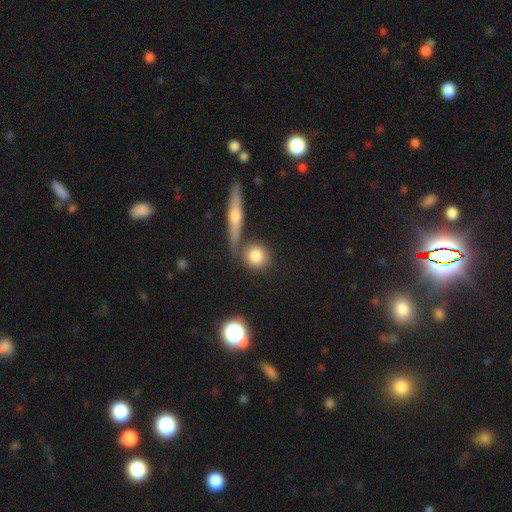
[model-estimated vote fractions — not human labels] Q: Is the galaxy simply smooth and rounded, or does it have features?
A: smooth — 80%.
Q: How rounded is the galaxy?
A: round — 86%.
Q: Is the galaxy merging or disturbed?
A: none — 68%.